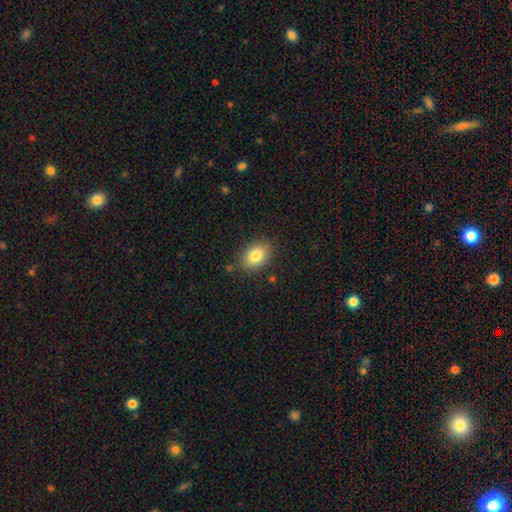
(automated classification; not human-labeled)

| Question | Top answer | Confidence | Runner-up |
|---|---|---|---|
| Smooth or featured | smooth | 82% | featured or disk (9%) |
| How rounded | in between | 80% | round (19%) |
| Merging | none | 84% | minor disturbance (12%) |